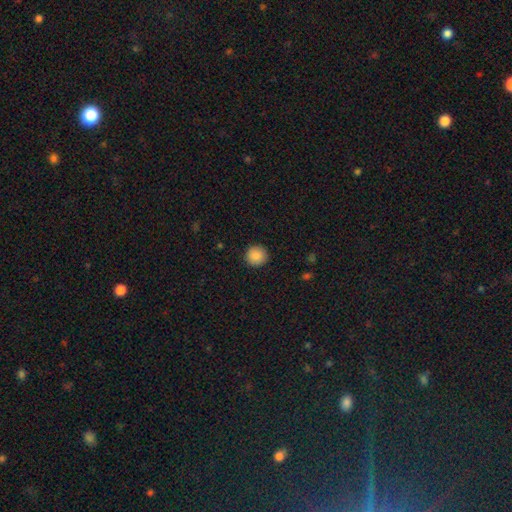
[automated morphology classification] This is clearly a smooth galaxy (87%). How rounded: clearly round (94%). Merging: clearly none (92%).